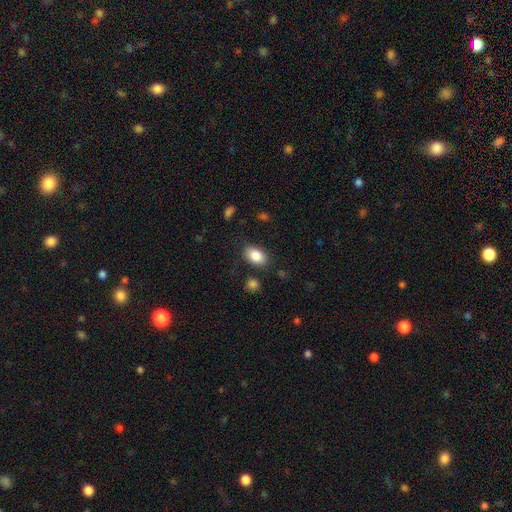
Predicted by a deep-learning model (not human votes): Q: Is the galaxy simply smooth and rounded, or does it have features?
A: smooth — 86%.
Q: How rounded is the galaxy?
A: in between — 88%.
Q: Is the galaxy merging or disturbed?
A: none — 83%.